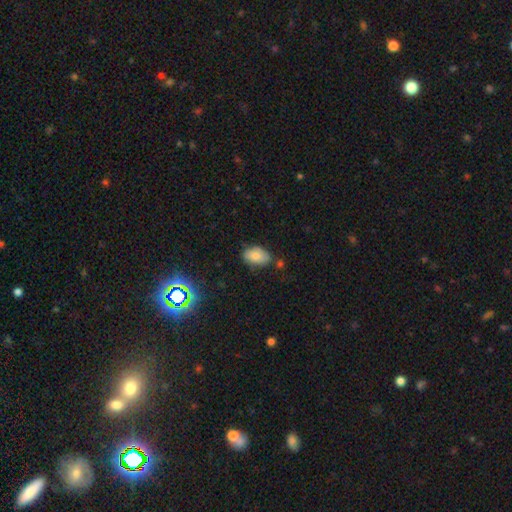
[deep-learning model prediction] Q: Smooth or featured?
A: smooth (82%); runner-up: star or artifact (9%)
Q: How rounded?
A: in between (91%); runner-up: round (8%)
Q: Merging?
A: none (68%); runner-up: minor disturbance (23%)